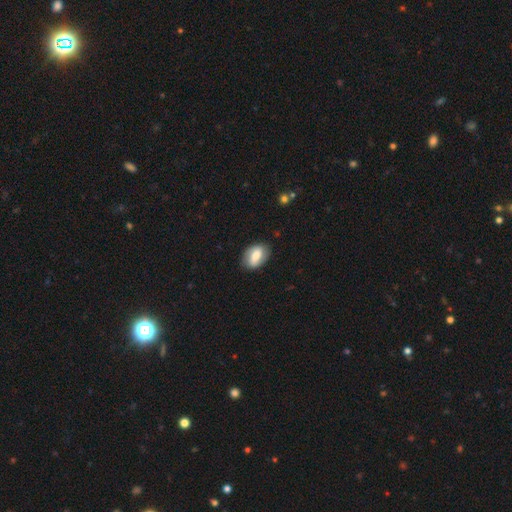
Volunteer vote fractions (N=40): Morphology: type=smooth (62%); roundness=in between (88%); merging=none (95%).